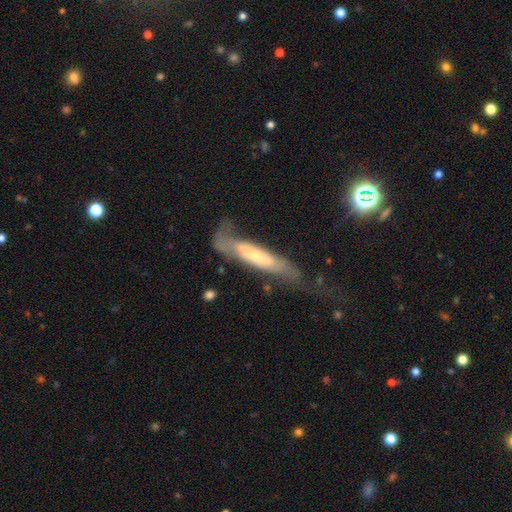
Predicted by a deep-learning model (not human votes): Smooth or featured: featured or disk — 56% (smooth — 38%)
Edge-on disk: no — 53% (yes — 47%)
Merging: none — 35% (major disturbance — 34%)